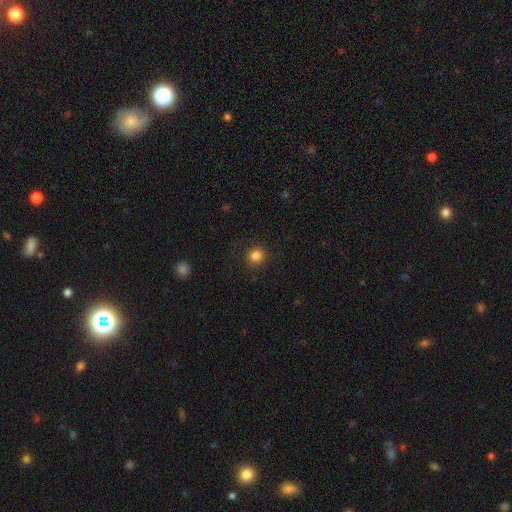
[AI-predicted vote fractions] A smooth galaxy with no disk features (84%) that is round (91%). Merging: none (88%).